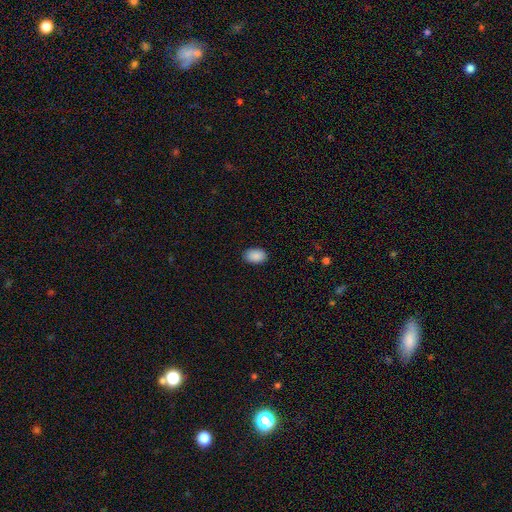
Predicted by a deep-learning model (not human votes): A smooth galaxy with no disk features (90%) that is in between round and cigar-shaped (86%).

Vote fractions:
- Smooth or featured? smooth: 90% / star or artifact: 7% / featured or disk: 3%
- How rounded? in between: 86% / round: 13% / cigar-shaped: 1%
- Merging? none: 88% / minor disturbance: 9% / major disturbance: 2% / merger: 1%